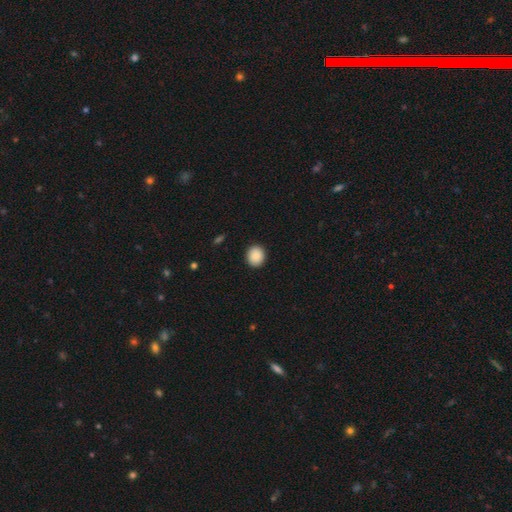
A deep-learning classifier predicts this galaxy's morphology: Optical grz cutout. It shows a smooth galaxy with no disk features (90%) that is round (76%). Merging: none (91%).